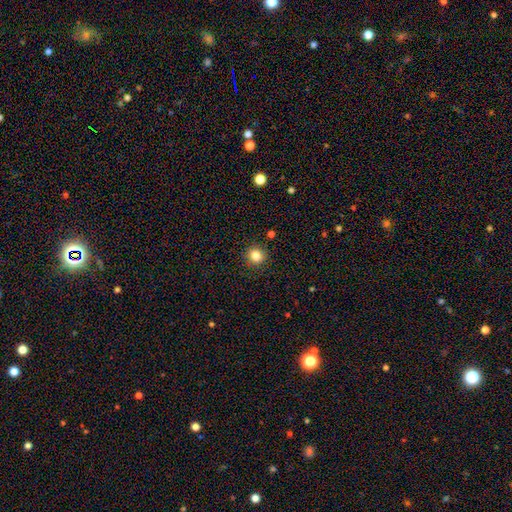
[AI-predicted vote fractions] This appears to be a smooth galaxy with no disk features (84%) that is round (91%). Merging: none (90%).